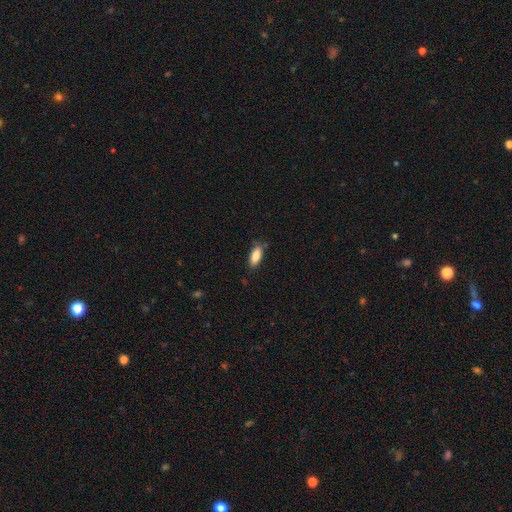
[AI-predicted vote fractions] This appears to be a smooth galaxy with no disk features (84%) that is in between round and cigar-shaped (77%). Merging: none (77%).